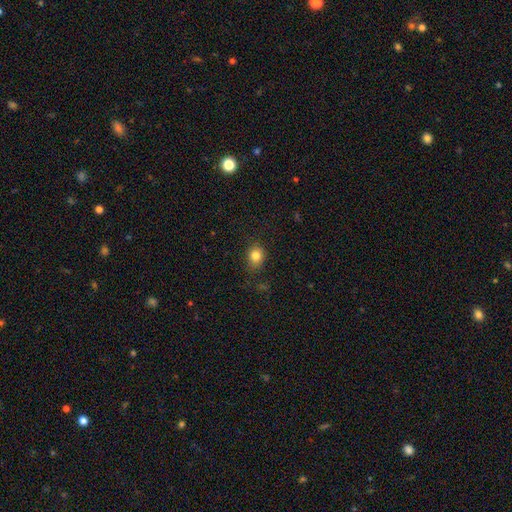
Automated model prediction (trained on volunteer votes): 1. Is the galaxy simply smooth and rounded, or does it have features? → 82% smooth, 12% star or artifact, 7% featured or disk.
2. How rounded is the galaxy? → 65% round, 34% in between, 1% cigar-shaped.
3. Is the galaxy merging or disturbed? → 80% none, 14% minor disturbance, 4% major disturbance, 1% merger.